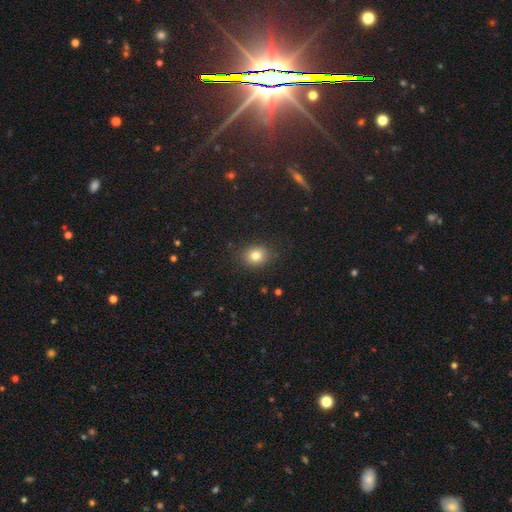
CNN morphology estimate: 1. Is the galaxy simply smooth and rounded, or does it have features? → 80% smooth, 12% star or artifact, 8% featured or disk.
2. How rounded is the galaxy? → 57% round, 42% in between, 1% cigar-shaped.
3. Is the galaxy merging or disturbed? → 87% none, 10% minor disturbance, 3% major disturbance, 1% merger.